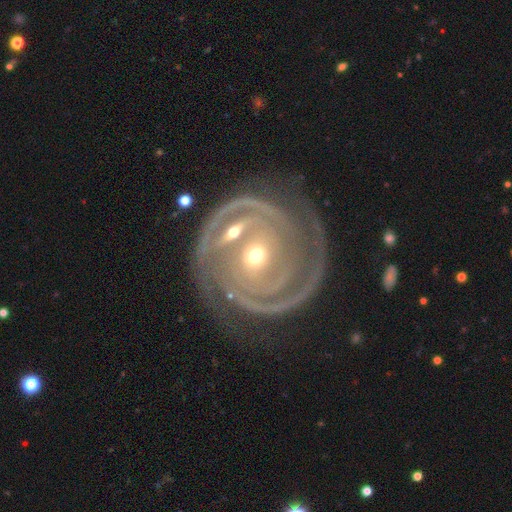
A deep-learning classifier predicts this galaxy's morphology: A featured or disk galaxy (88%) with no bar (57%), 2 (62%) tight (62%) spiral arms (96%) and a small central bulge (55%).

Vote fractions:
- Smooth or featured? featured or disk: 88% / smooth: 6% / star or artifact: 6%
- Edge-on disk? no: 97% / yes: 3%
- Bar? no: 57% / weak: 22% / strong: 21%
- Spiral arms? yes: 96% / no: 4%
- Spiral winding? tight: 62% / medium: 29% / loose: 9%
- Spiral arm count? 2: 62% / 3: 11% / can't tell: 10% / 1: 6% / 4: 5% / more than 4: 5%
- Bulge size? small: 55% / moderate: 39% / large: 3% / none: 1% / dominant: 1%
- Merging? none: 43% / merger: 24% / major disturbance: 17% / minor disturbance: 16%